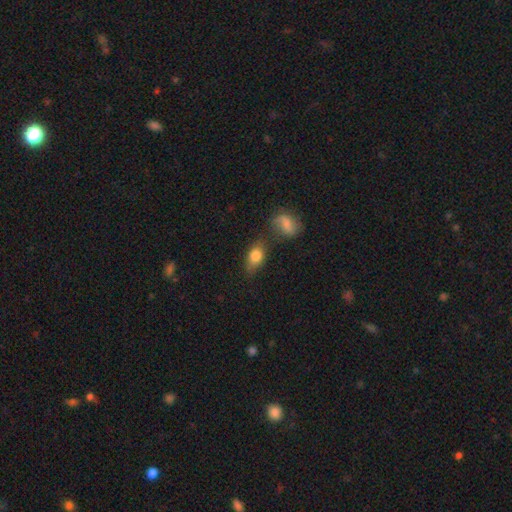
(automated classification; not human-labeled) smooth_or_featured: smooth (p=0.79) [alt: featured or disk p=0.13]
how_rounded: in between (p=0.80) [alt: round p=0.15]
merging: none (p=0.62) [alt: minor disturbance p=0.19]